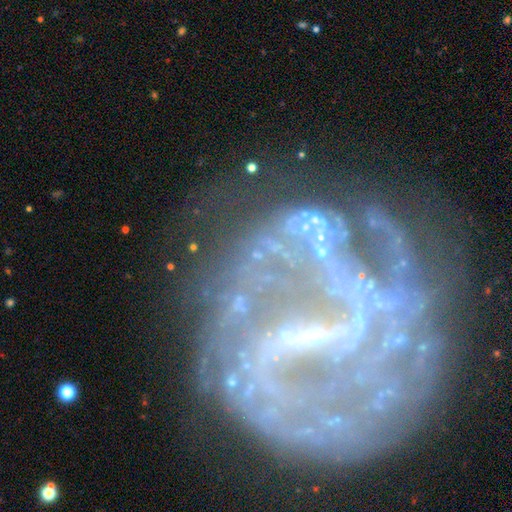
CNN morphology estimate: smooth-or-featured: featured or disk: 85% | star or artifact: 10% | smooth: 5%
  disk-edge-on: no: 97% | yes: 3%
    bar: strong: 57% | weak: 28% | no: 15%
    has-spiral-arms: yes: 90% | no: 10%
      spiral-winding: medium: 40% | tight: 35% | loose: 24%
      spiral-arm-count: 2: 42% | can't tell: 22% | 3: 11% | 4: 8% | more than 4: 8% | 1: 8%
    bulge-size: small: 73% | none: 16% | moderate: 9% | large: 1% | dominant: 1%
  merging: none: 53% | major disturbance: 23% | minor disturbance: 19% | merger: 6%